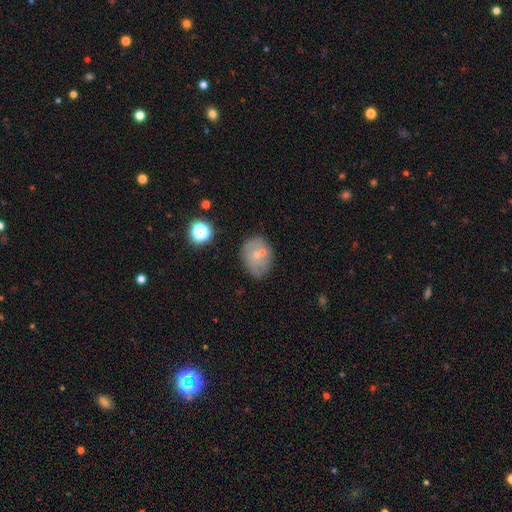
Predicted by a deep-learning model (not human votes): Smooth or featured?
  - smooth: 56% *
  - featured or disk: 31%
  - star or artifact: 13%
How rounded?
  - in between: 60% *
  - round: 38%
  - cigar-shaped: 1%
Merging?
  - none: 59% *
  - minor disturbance: 20%
  - merger: 14%
  - major disturbance: 7%